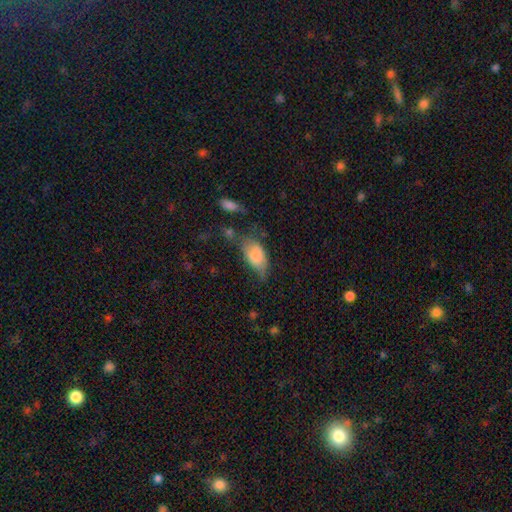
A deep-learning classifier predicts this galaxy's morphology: Smooth or featured: smooth — 77% (featured or disk — 15%)
How rounded: in between — 91% (cigar-shaped — 5%)
Merging: minor disturbance — 35% (none — 33%)